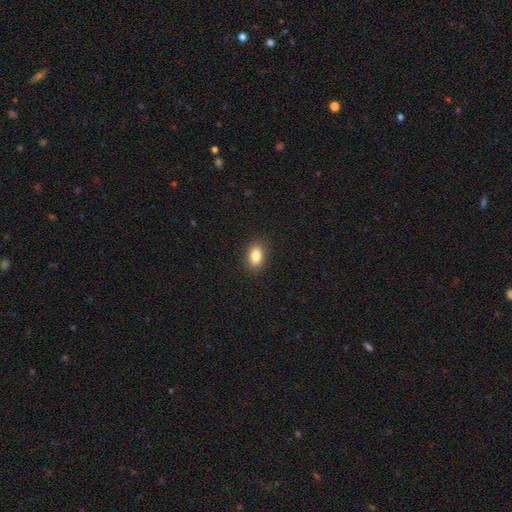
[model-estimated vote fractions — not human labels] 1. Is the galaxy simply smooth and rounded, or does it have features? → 85% smooth, 9% star or artifact, 7% featured or disk.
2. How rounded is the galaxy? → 84% in between, 14% round, 2% cigar-shaped.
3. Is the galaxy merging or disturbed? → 90% none, 7% minor disturbance, 2% major disturbance, 1% merger.